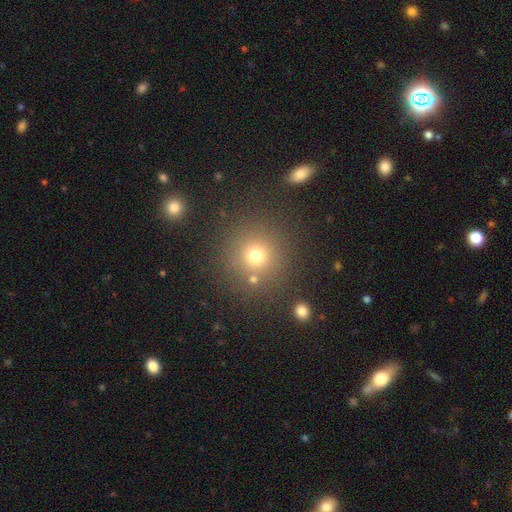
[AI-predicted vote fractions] smooth_or_featured: smooth (p=0.72) [alt: star or artifact p=0.19]
how_rounded: round (p=0.93) [alt: in between p=0.06]
merging: none (p=0.82) [alt: minor disturbance p=0.08]